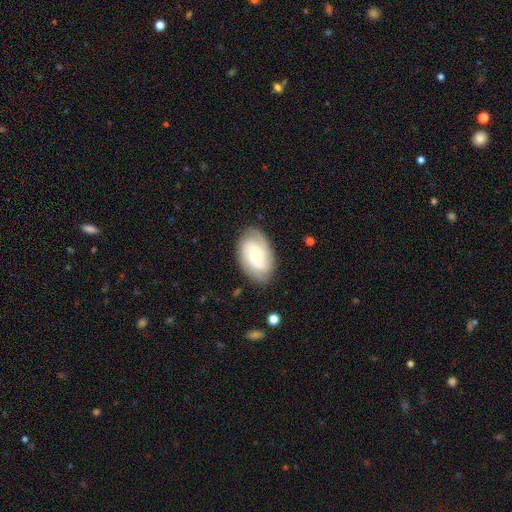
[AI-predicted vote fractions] Overall: featured or disk (67%; smooth 27%). Edge-on disk: no (95%). Bar: no (70%). Spiral arms: yes (88%). Spiral arm count: 2 (40%; can't tell 28%). Spiral winding: tight (53%; medium 35%). Bulge size: small (51%; moderate 45%). Merging: none (81%).